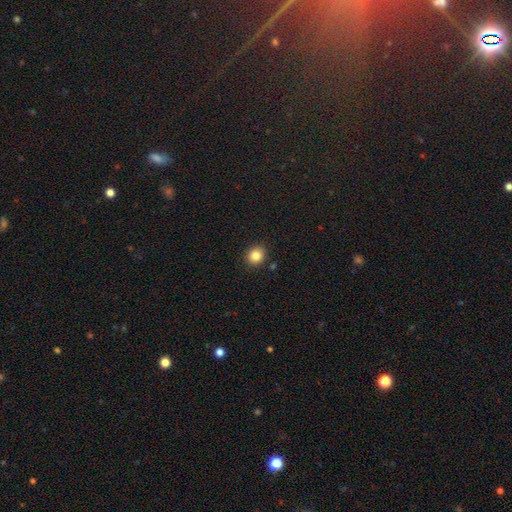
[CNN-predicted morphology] A smooth galaxy with no disk features (84%) that is round (82%). Merging: none (90%).